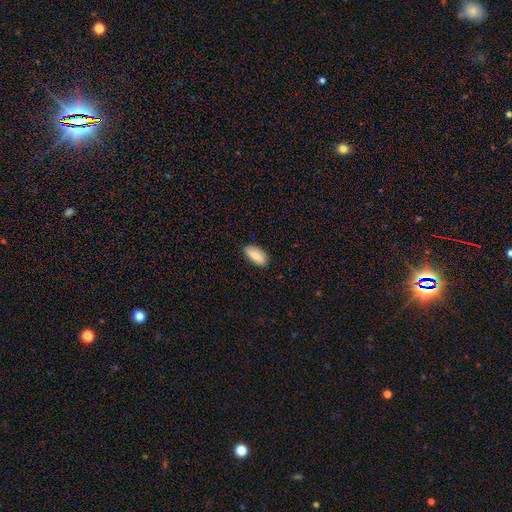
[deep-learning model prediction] Smooth or featured?
  - smooth: 79% *
  - featured or disk: 15%
  - star or artifact: 7%
How rounded?
  - in between: 90% *
  - cigar-shaped: 7%
  - round: 3%
Merging?
  - none: 83% *
  - minor disturbance: 14%
  - major disturbance: 2%
  - merger: 1%